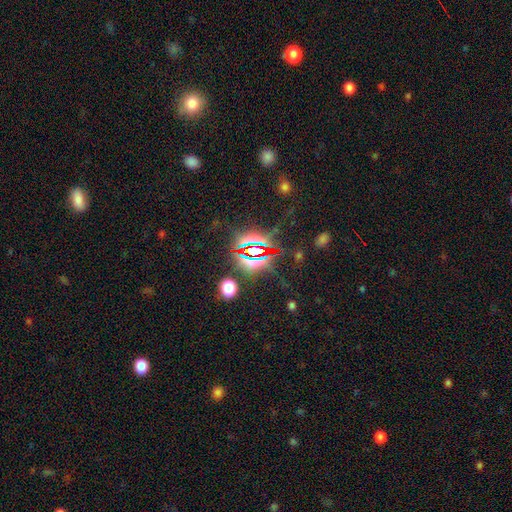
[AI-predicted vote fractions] Smooth or featured? star or artifact (79%)